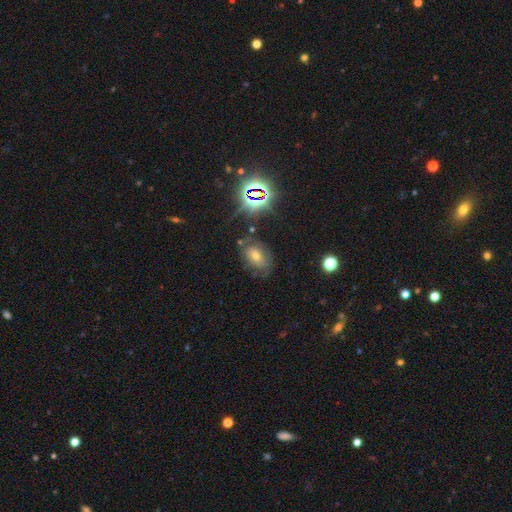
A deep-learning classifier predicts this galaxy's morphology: The model was most divided on "smooth or featured": star or artifact: 35%, smooth: 34%, featured or disk: 31%.